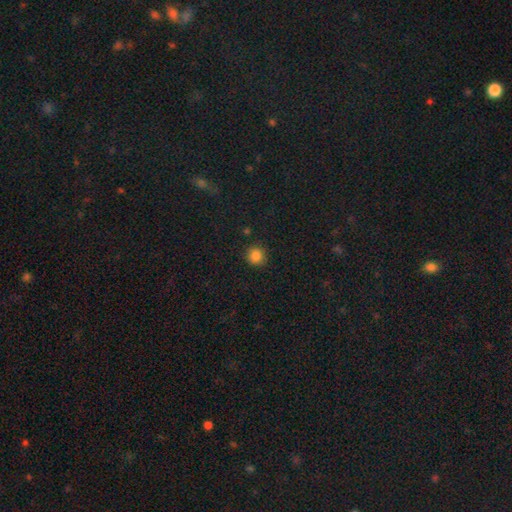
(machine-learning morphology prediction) Overall: smooth (85%). How rounded: round (91%). Merging: none (88%).